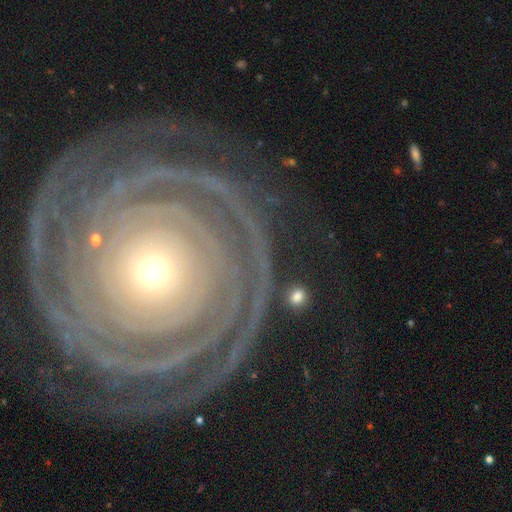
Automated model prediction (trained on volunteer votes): Smooth or featured?
  - featured or disk: 89% *
  - star or artifact: 6%
  - smooth: 5%
Edge-on disk?
  - no: 97% *
  - yes: 3%
Bar?
  - no: 83% *
  - strong: 9%
  - weak: 8%
Spiral arms?
  - yes: 97% *
  - no: 3%
Spiral winding?
  - tight: 90% *
  - medium: 8%
  - loose: 2%
Spiral arm count?
  - 2: 26% *
  - can't tell: 20%
  - 3: 16%
  - more than 4: 15%
  - 4: 14%
  - 1: 10%
Bulge size?
  - small: 70% *
  - moderate: 25%
  - large: 3%
  - dominant: 1%
  - none: 1%
Merging?
  - none: 80% *
  - minor disturbance: 11%
  - major disturbance: 6%
  - merger: 2%